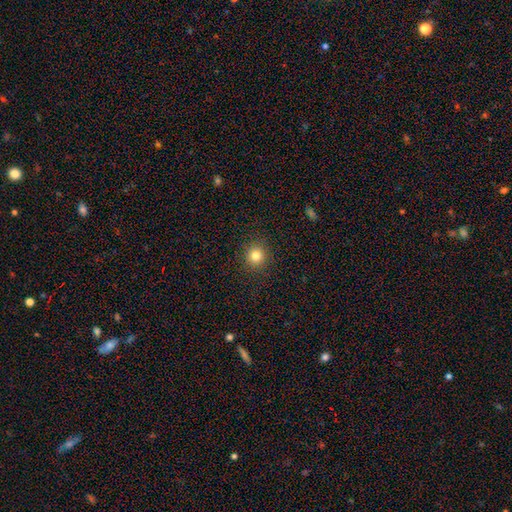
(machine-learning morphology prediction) type=smooth (81%); roundness=round (92%); merging=none (92%).